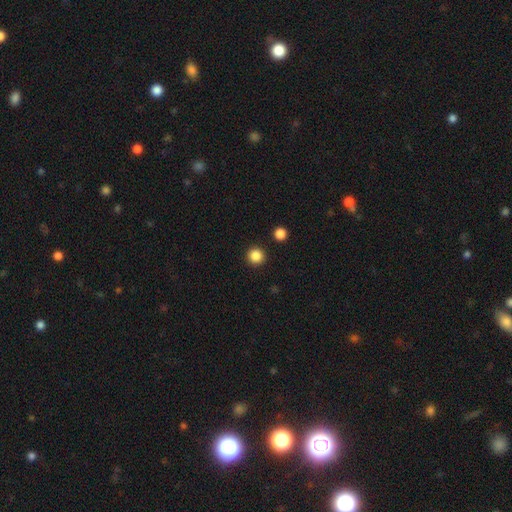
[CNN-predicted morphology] Smooth or featured?
  - smooth: 86% *
  - star or artifact: 11%
  - featured or disk: 3%
How rounded?
  - round: 95% *
  - in between: 4%
  - cigar-shaped: 1%
Merging?
  - none: 92% *
  - minor disturbance: 4%
  - merger: 2%
  - major disturbance: 2%